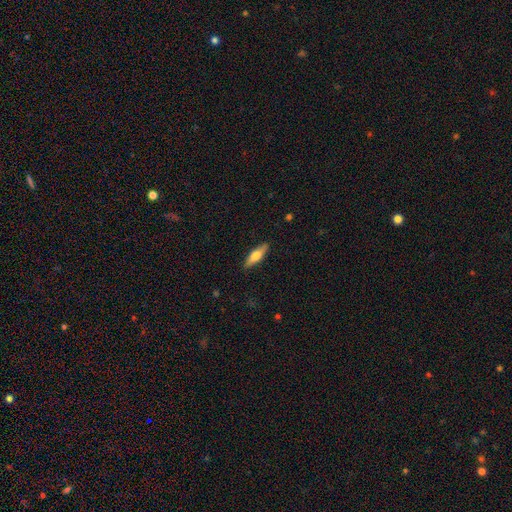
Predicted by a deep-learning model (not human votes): The model was most divided on "how rounded": cigar-shaped: 57%, in between: 40%, round: 2%. More confident: merging — none (88%); smooth or featured — smooth (60%).